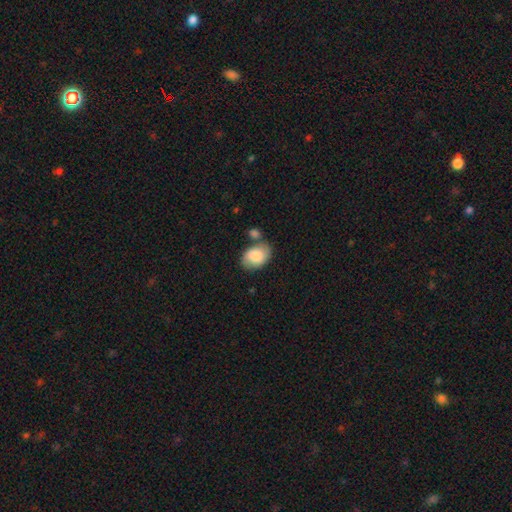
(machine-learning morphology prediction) smooth 79%, featured or disk 15%, star or artifact 6%. Down the decision tree: how rounded — in between (82%); merging — none (56%).